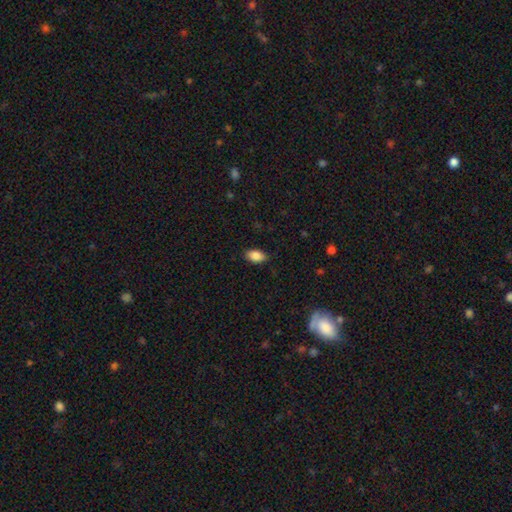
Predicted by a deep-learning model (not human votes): Q: Smooth or featured?
A: smooth (88%); runner-up: star or artifact (8%)
Q: How rounded?
A: in between (92%); runner-up: round (6%)
Q: Merging?
A: none (86%); runner-up: minor disturbance (11%)